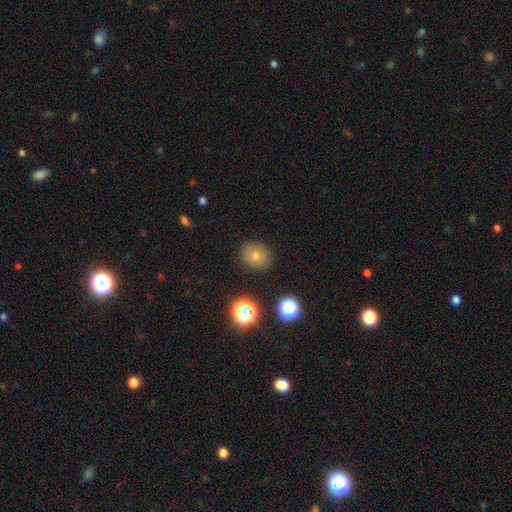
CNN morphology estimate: smooth_or_featured: smooth (p=0.67) [alt: star or artifact p=0.19]
how_rounded: round (p=0.76) [alt: in between p=0.23]
merging: none (p=0.86) [alt: minor disturbance p=0.09]